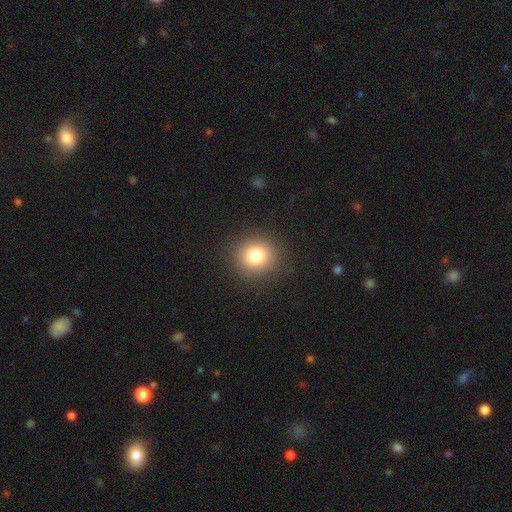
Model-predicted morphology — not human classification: A smooth galaxy with no disk features (79%) that is round (89%).

Vote fractions:
- Smooth or featured? smooth: 79% / star or artifact: 13% / featured or disk: 8%
- How rounded? round: 89% / in between: 10% / cigar-shaped: 1%
- Merging? none: 90% / minor disturbance: 6% / major disturbance: 3% / merger: 1%